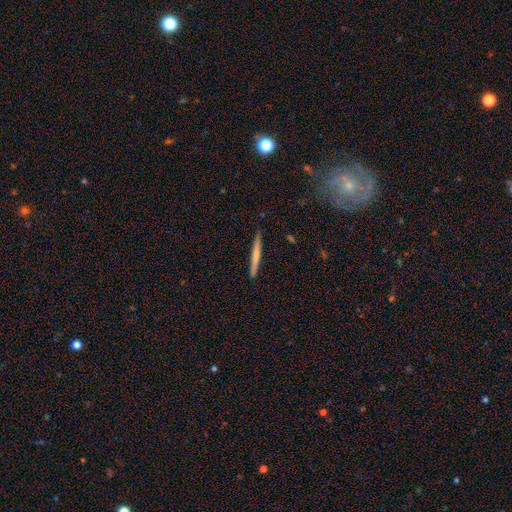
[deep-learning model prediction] Smooth or featured? smooth (59%)
How rounded? cigar-shaped (97%)
Merging? none (89%)